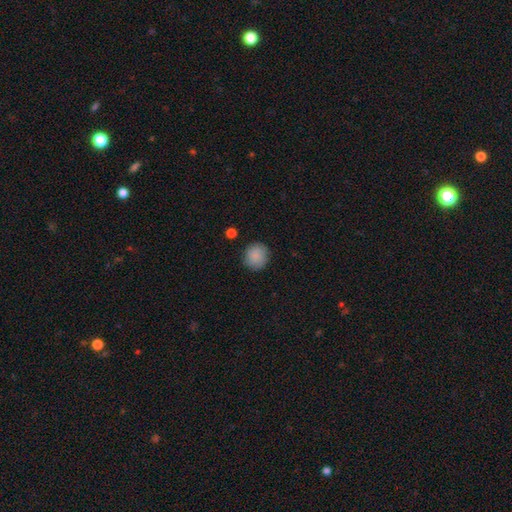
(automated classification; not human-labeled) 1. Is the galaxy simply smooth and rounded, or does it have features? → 86% smooth, 7% star or artifact, 7% featured or disk.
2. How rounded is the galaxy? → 89% round, 10% in between, 1% cigar-shaped.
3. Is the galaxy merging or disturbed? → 86% none, 10% minor disturbance, 3% major disturbance, 1% merger.